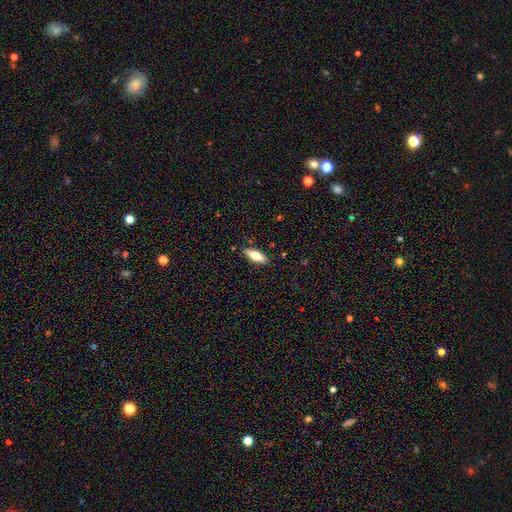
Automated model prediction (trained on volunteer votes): A smooth galaxy with no disk features (74%) that is in between round and cigar-shaped (70%). Merging: none (87%).